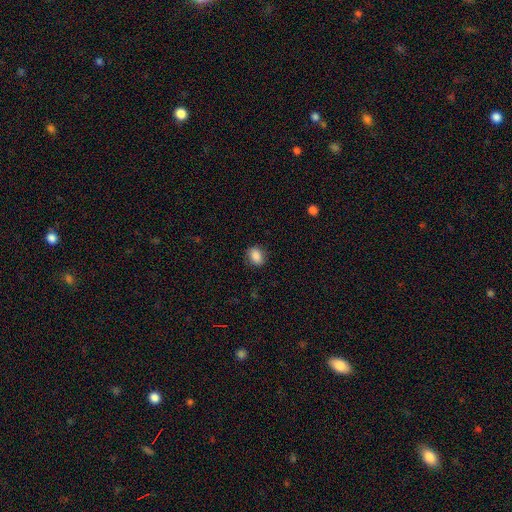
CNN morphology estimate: A smooth galaxy with no disk features (86%) that is in between round and cigar-shaped (61%). Merging: none (83%).